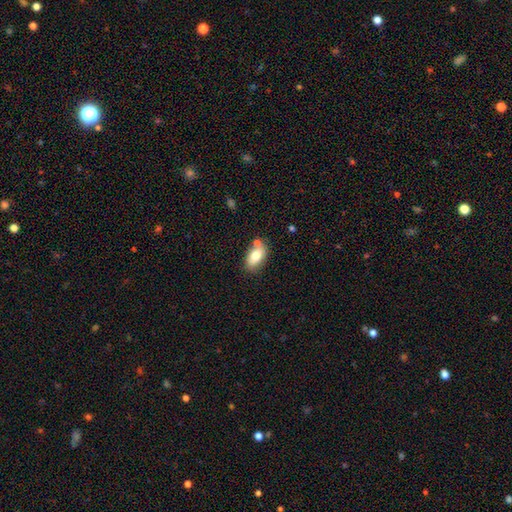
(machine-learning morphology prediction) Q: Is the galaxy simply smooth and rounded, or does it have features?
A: smooth — 76%.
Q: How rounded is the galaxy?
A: in between — 91%.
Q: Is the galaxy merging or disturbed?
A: none — 68%.